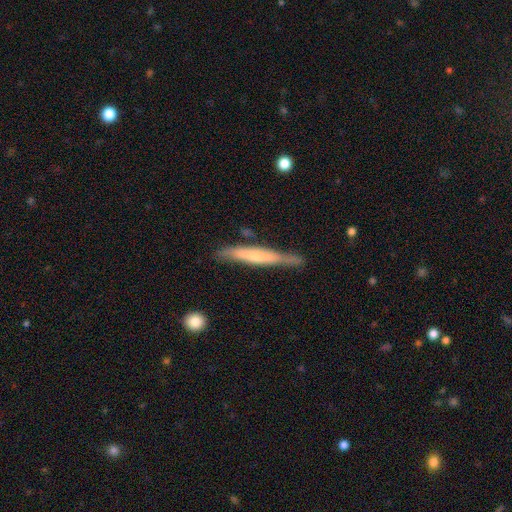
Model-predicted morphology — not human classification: featured or disk 49%, smooth 46%, star or artifact 5%. Down the decision tree: merging — none (73%).